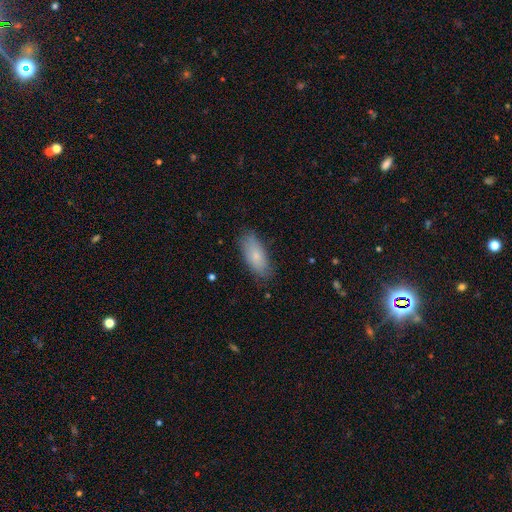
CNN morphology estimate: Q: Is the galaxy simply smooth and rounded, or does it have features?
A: smooth — 79%.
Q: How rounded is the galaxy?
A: in between — 83%.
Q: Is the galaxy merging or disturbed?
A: none — 80%.